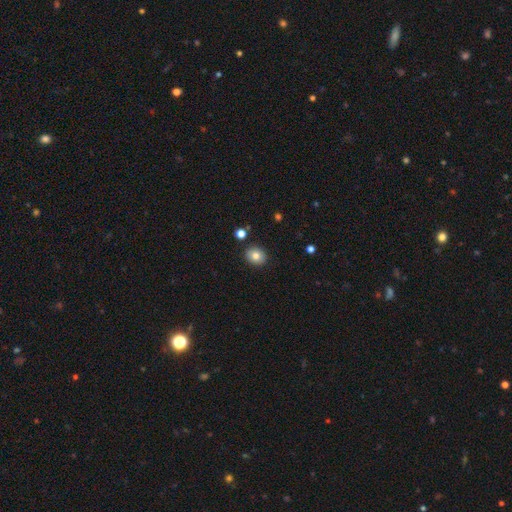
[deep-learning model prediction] Q: Smooth or featured?
A: smooth (80%); runner-up: featured or disk (10%)
Q: How rounded?
A: round (64%); runner-up: in between (35%)
Q: Merging?
A: none (89%); runner-up: minor disturbance (7%)